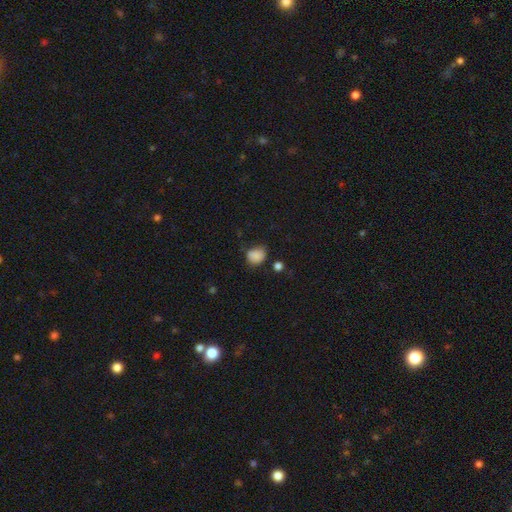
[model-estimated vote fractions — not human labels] Smooth or featured? smooth (84%)
How rounded? round (57%)
Merging? none (61%)